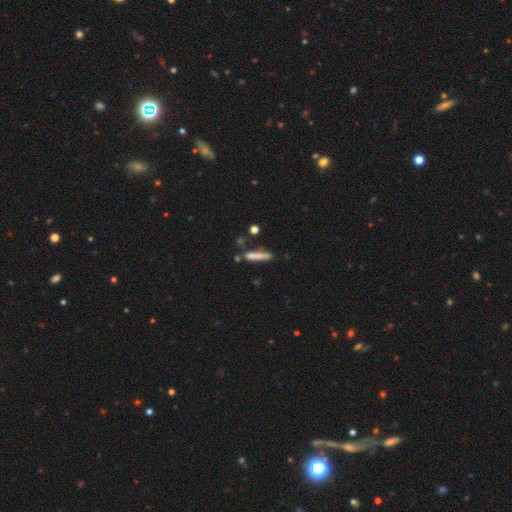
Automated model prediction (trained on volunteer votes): Q: Smooth or featured?
A: smooth (72%); runner-up: featured or disk (20%)
Q: How rounded?
A: cigar-shaped (88%); runner-up: in between (9%)
Q: Merging?
A: none (61%); runner-up: minor disturbance (19%)